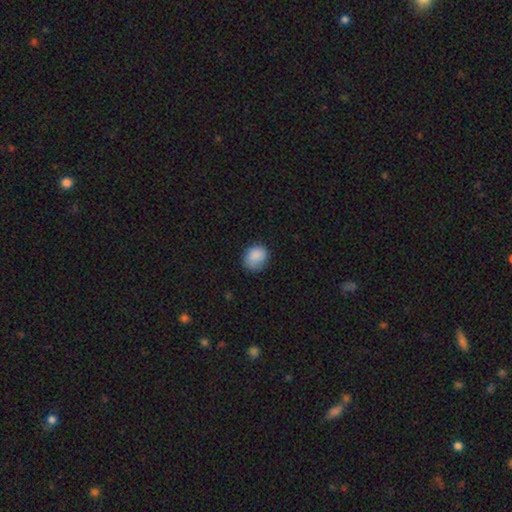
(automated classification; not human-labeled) smooth 87%, star or artifact 8%, featured or disk 5%. Down the decision tree: how rounded — round (67%); merging — none (72%).